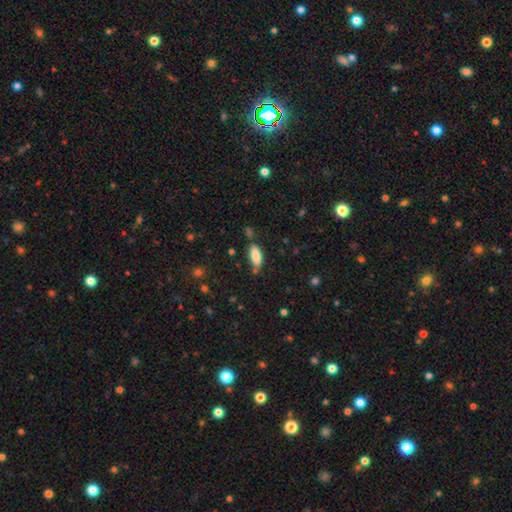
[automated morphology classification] smooth 85%, featured or disk 8%, star or artifact 7%. Down the decision tree: how rounded — in between (81%); merging — none (74%).